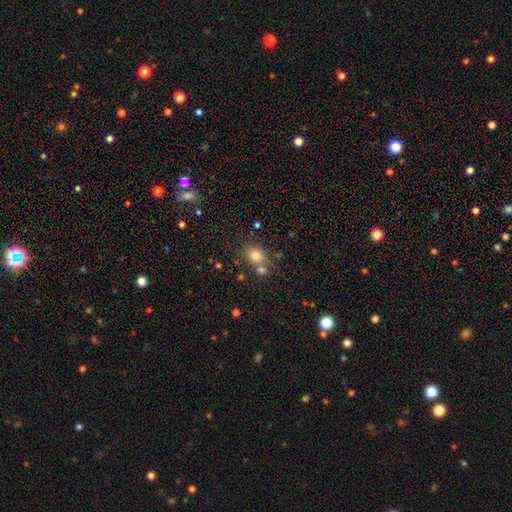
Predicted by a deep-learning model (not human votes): Smooth or featured?
  - smooth: 78% *
  - star or artifact: 13%
  - featured or disk: 9%
How rounded?
  - round: 64% *
  - in between: 35%
  - cigar-shaped: 1%
Merging?
  - none: 60% *
  - merger: 25%
  - minor disturbance: 11%
  - major disturbance: 4%